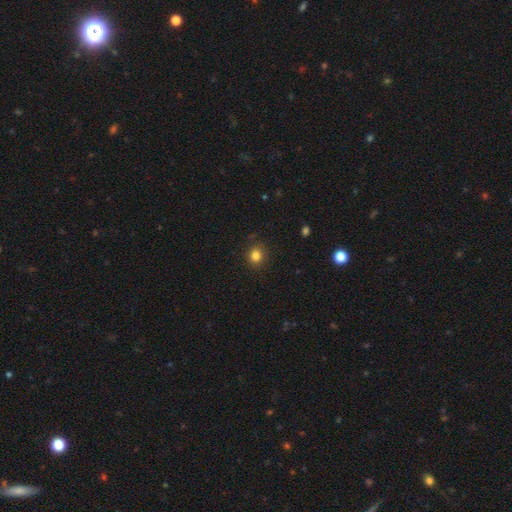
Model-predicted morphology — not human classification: Q: Smooth or featured?
A: smooth (82%); runner-up: star or artifact (13%)
Q: How rounded?
A: round (81%); runner-up: in between (18%)
Q: Merging?
A: none (88%); runner-up: minor disturbance (8%)